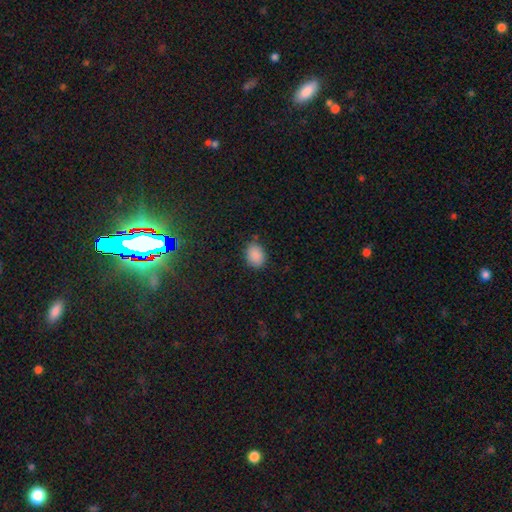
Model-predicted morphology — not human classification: Smooth or featured: smooth — 88% (star or artifact — 9%)
How rounded: in between — 67% (round — 32%)
Merging: none — 82% (minor disturbance — 14%)